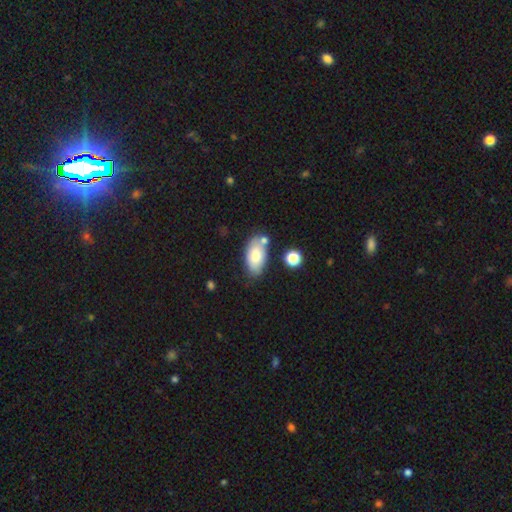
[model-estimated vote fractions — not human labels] Overall: smooth (79%). How rounded: in between (93%). Merging: none (65%).